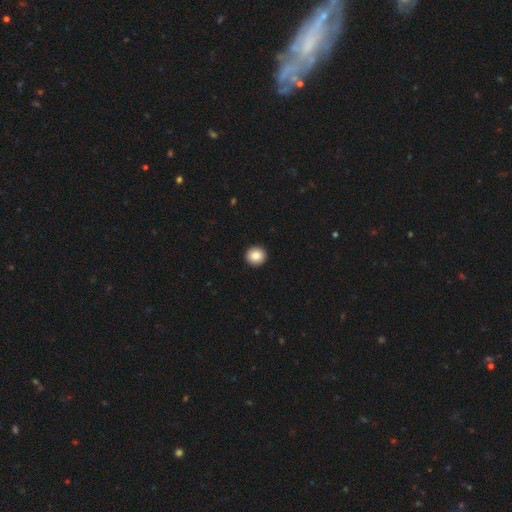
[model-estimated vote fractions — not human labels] Q: Smooth or featured?
A: smooth (87%); runner-up: star or artifact (8%)
Q: How rounded?
A: round (92%); runner-up: in between (7%)
Q: Merging?
A: none (93%); runner-up: minor disturbance (4%)